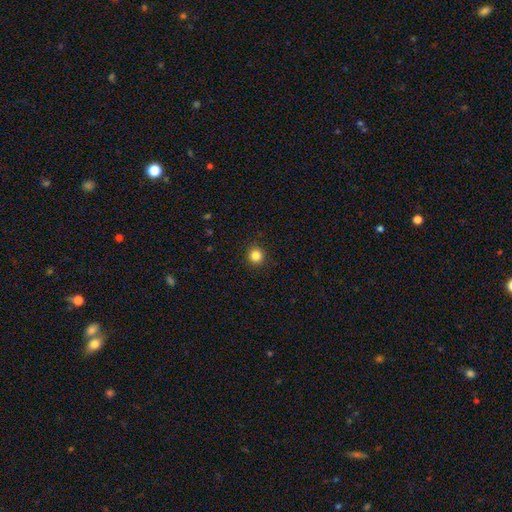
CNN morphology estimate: This appears to be a smooth galaxy with no disk features (84%) that is round (94%). Merging: none (92%).